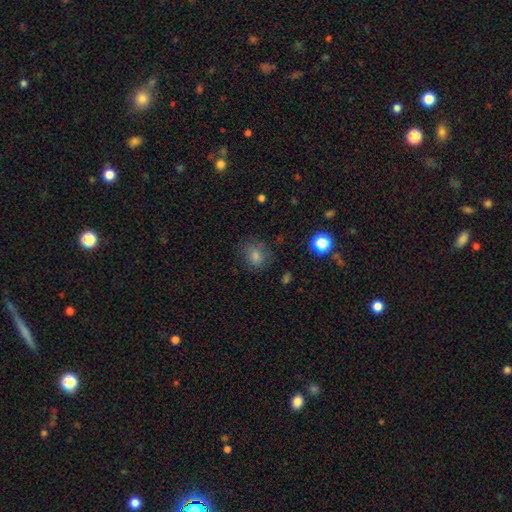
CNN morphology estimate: A smooth galaxy with no disk features (68%) that is round (68%). Merging: none (76%).